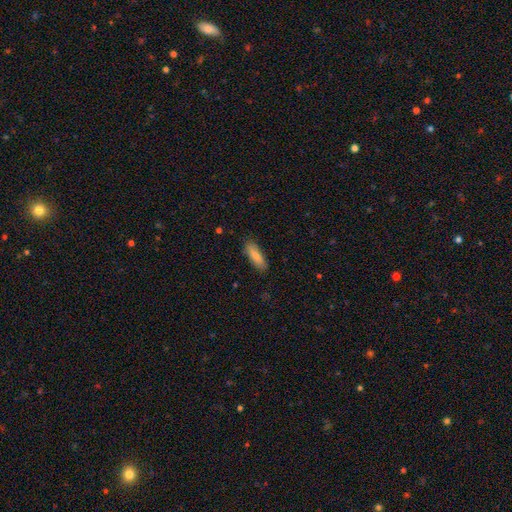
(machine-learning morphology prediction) type=smooth (83%); roundness=in between (53%); merging=none (85%).